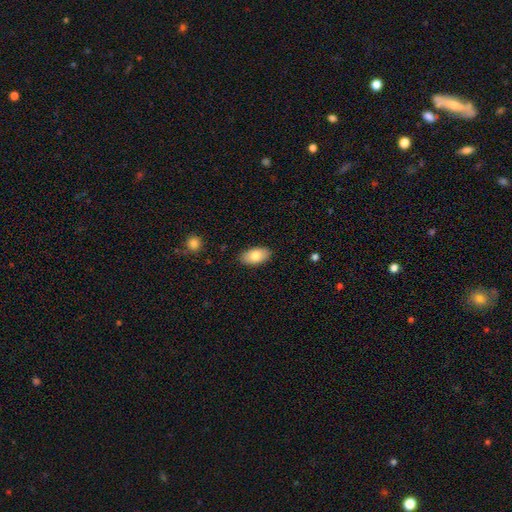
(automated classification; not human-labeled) smooth_or_featured: smooth (p=0.80) [alt: featured or disk p=0.14]
how_rounded: in between (p=0.94) [alt: round p=0.04]
merging: none (p=0.87) [alt: minor disturbance p=0.10]